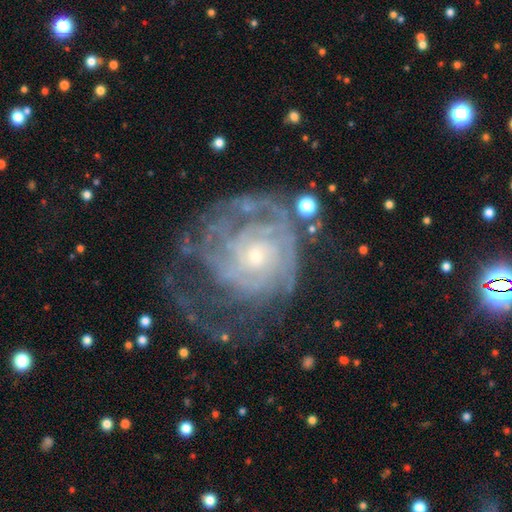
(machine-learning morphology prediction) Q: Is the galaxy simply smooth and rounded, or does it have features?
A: featured or disk — 83%.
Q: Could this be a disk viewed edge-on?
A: no — 97%.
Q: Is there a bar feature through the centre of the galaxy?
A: no — 79%.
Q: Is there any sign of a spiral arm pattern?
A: yes — 90%.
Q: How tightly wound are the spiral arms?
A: tight — 71%.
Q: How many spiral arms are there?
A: can't tell — 48%.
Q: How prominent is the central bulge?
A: small — 73%.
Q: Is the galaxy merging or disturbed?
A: none — 46%.